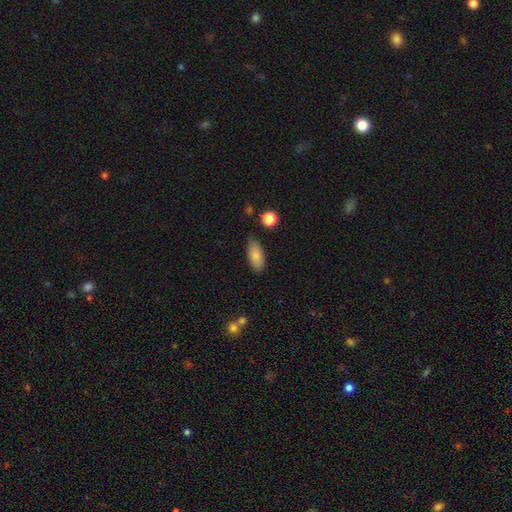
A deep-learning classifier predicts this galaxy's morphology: smooth-or-featured: smooth: 84% | featured or disk: 9% | star or artifact: 7%
  how-rounded: in between: 87% | cigar-shaped: 10% | round: 3%
  merging: none: 72% | minor disturbance: 22% | major disturbance: 4% | merger: 2%